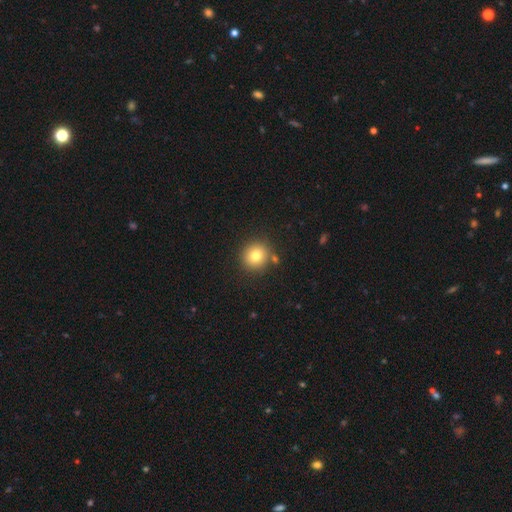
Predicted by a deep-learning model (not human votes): Smooth or featured? Predicted: smooth (p=0.79). How rounded? Predicted: round (p=0.90). Merging? Predicted: none (p=0.83).